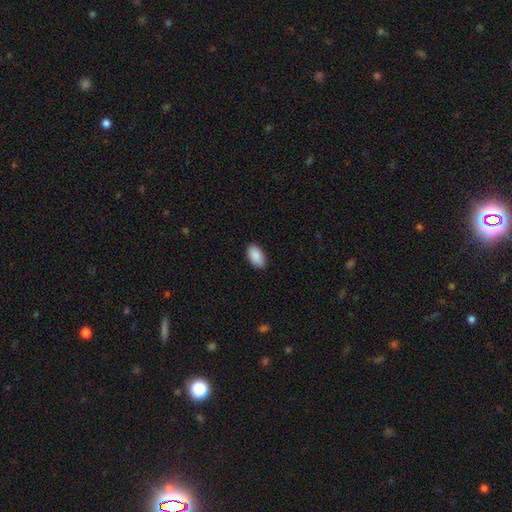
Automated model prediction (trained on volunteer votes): This is clearly a smooth galaxy (90%). How rounded: clearly in between (95%). Merging: clearly none (88%).